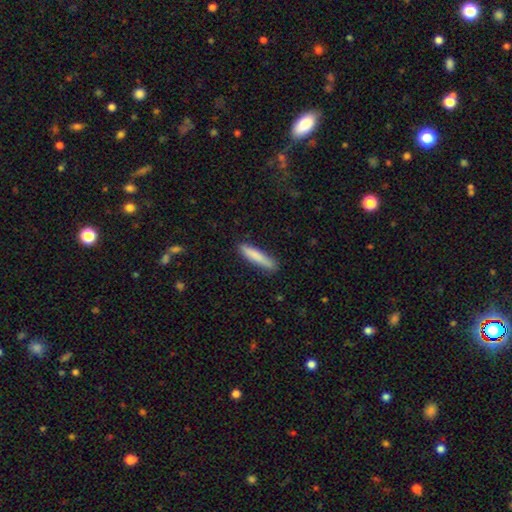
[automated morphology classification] Smooth or featured? Predicted: smooth (p=0.83). How rounded? Predicted: cigar-shaped (p=0.88). Merging? Predicted: none (p=0.86).